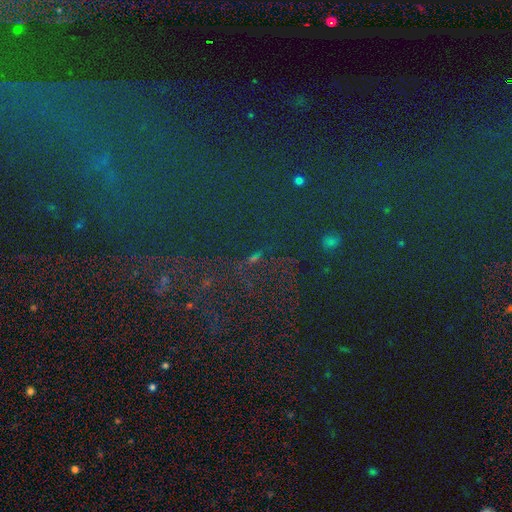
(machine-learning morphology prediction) The model was most divided on "smooth or featured": star or artifact: 77%, smooth: 14%, featured or disk: 9%.